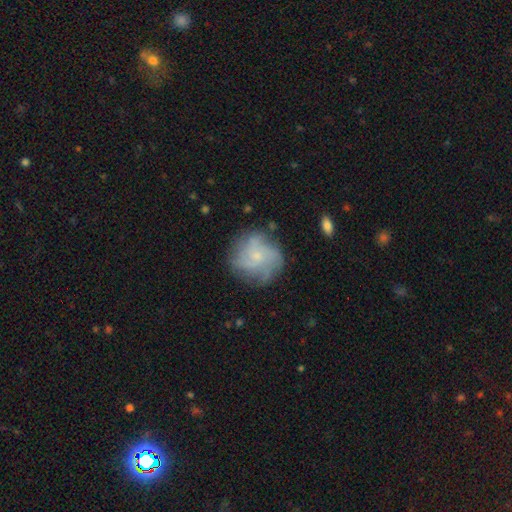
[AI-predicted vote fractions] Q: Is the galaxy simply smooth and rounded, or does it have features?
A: featured or disk — 60%.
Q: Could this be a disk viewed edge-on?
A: no — 98%.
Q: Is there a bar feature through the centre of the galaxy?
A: no — 77%.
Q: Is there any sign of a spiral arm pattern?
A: yes — 86%.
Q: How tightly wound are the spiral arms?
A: medium — 40%.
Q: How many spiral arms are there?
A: can't tell — 32%.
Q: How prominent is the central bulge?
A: small — 62%.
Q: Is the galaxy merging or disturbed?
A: none — 71%.